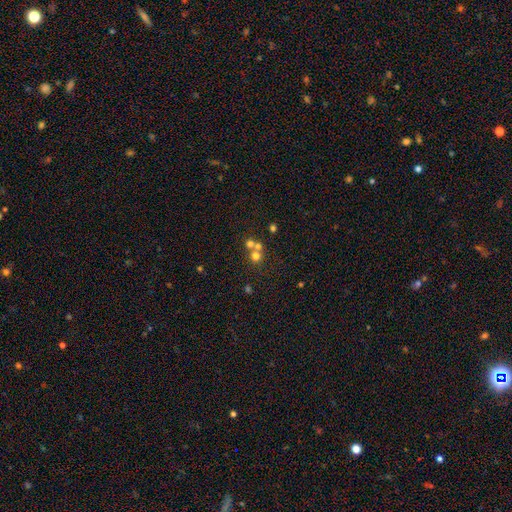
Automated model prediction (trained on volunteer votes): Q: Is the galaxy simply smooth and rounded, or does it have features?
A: smooth — 64%.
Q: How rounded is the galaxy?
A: round — 87%.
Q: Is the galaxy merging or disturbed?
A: merger — 46%.